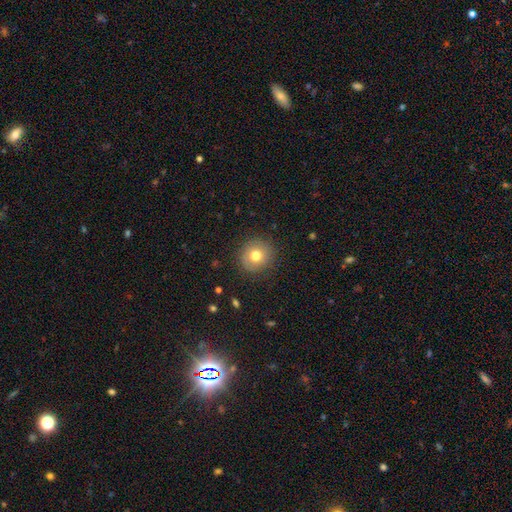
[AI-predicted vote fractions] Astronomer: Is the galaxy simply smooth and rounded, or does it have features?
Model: smooth — 73%.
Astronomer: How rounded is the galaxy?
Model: round — 91%.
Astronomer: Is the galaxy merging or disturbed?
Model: none — 88%.